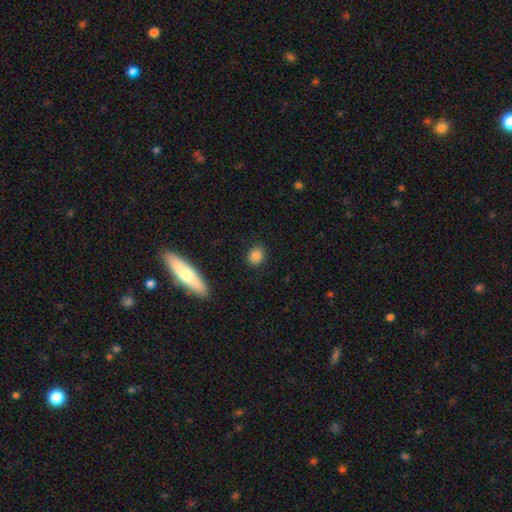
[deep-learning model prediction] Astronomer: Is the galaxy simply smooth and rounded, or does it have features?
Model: smooth — 86%.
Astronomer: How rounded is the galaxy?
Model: round — 51% (runner-up: in between, 46%).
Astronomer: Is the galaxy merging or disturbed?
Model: none — 86%.